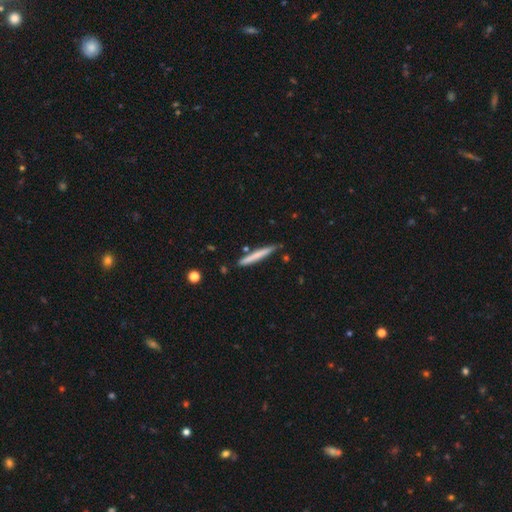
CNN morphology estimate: A smooth galaxy with no disk features (67%) that is cigar-shaped (96%).

Vote fractions:
- Smooth or featured? smooth: 67% / featured or disk: 27% / star or artifact: 6%
- How rounded? cigar-shaped: 96% / in between: 3% / round: 1%
- Merging? none: 82% / minor disturbance: 12% / merger: 3% / major disturbance: 2%